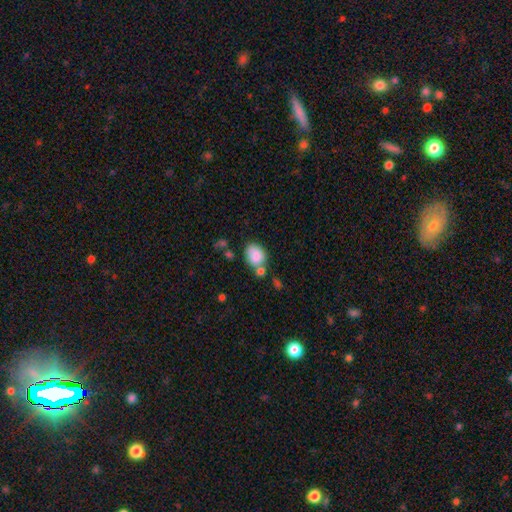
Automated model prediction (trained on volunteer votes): Morphology: type=smooth (83%); roundness=in between (62%); merging=none (50%).